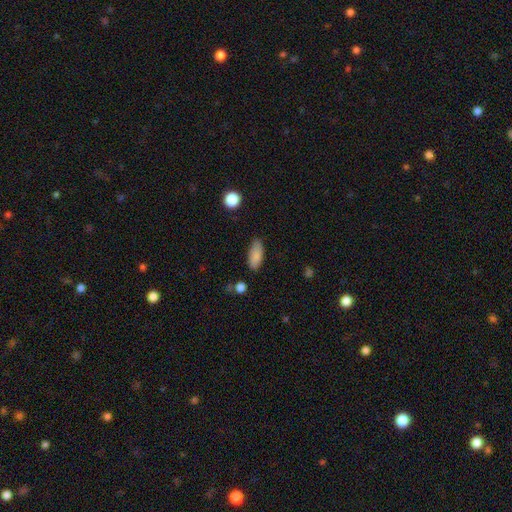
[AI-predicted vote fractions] Smooth or featured? Predicted: smooth (p=0.86). How rounded? Predicted: in between (p=0.84). Merging? Predicted: none (p=0.77).